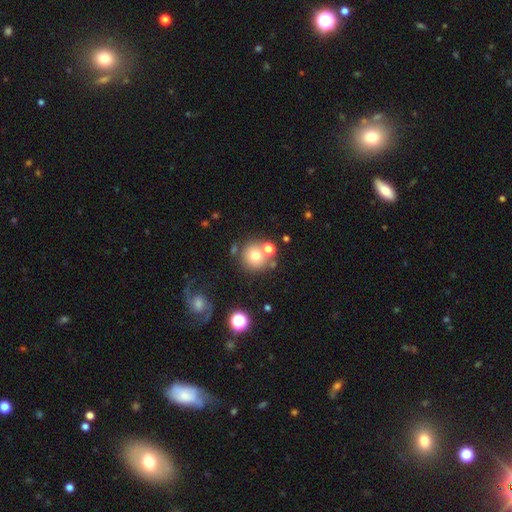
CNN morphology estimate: The model was most divided on "merging": none: 64%, merger: 21%, minor disturbance: 10%, major disturbance: 5%. More confident: how rounded — round (91%); smooth or featured — smooth (70%).